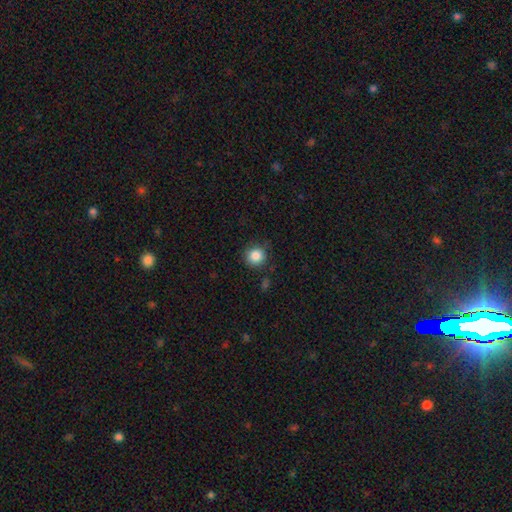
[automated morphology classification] smooth-or-featured: smooth: 86% | star or artifact: 10% | featured or disk: 4%
  how-rounded: round: 92% | in between: 7% | cigar-shaped: 1%
  merging: none: 84% | minor disturbance: 11% | major disturbance: 3% | merger: 2%